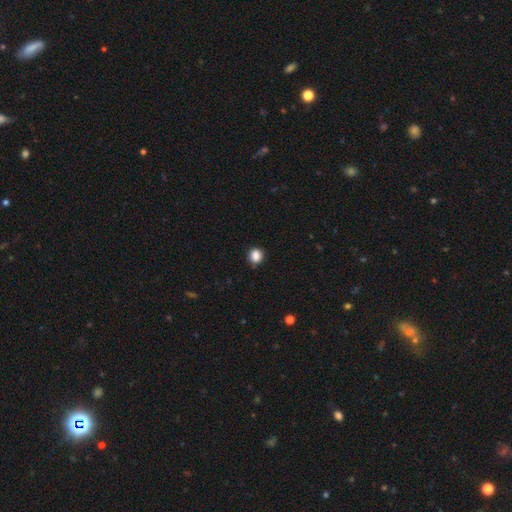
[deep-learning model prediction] Smooth or featured: smooth — 86% (star or artifact — 10%)
How rounded: round — 75% (in between — 24%)
Merging: none — 88% (minor disturbance — 9%)